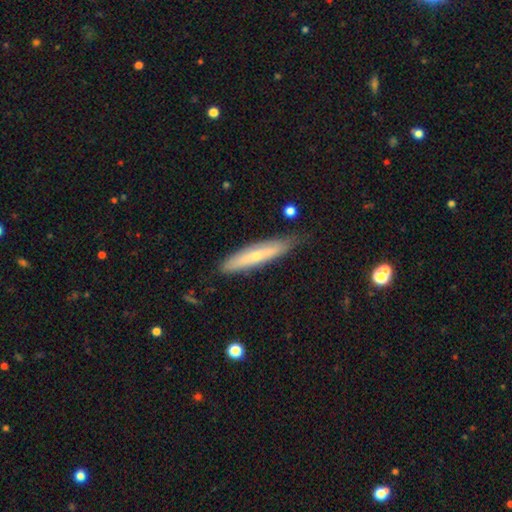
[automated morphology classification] Smooth or featured? Predicted: featured or disk (p=0.47, tied with smooth). Merging? Predicted: none (p=0.78).